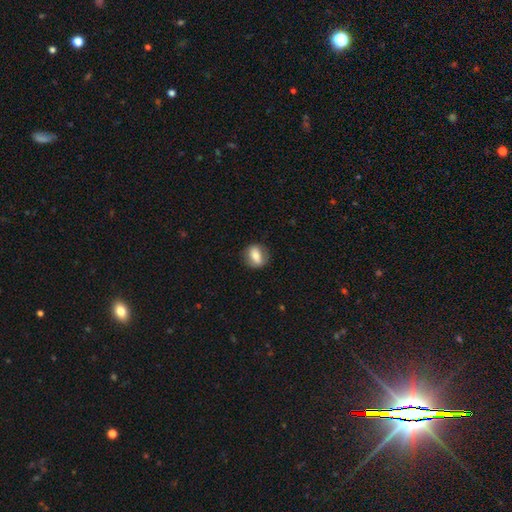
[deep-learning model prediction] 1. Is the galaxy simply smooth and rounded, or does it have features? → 67% smooth, 25% featured or disk, 8% star or artifact.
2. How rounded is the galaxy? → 55% in between, 41% round, 4% cigar-shaped.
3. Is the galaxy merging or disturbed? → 82% none, 13% minor disturbance, 4% major disturbance, 1% merger.